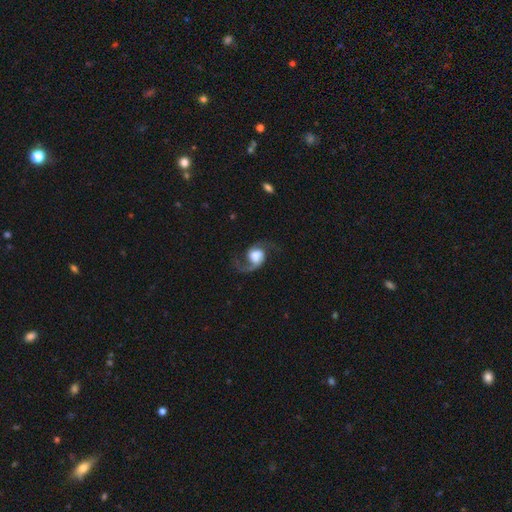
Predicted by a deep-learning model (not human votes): Smooth or featured: featured or disk — 77% (smooth — 16%)
Edge-on disk: no — 98% (yes — 2%)
Bar: no — 60% (weak — 32%)
Spiral arms: yes — 95% (no — 5%)
Spiral winding: loose — 64% (medium — 30%)
Spiral arm count: 2 — 79% (1 — 17%)
Bulge size: large — 48% (moderate — 23%)
Merging: none — 58% (major disturbance — 22%)